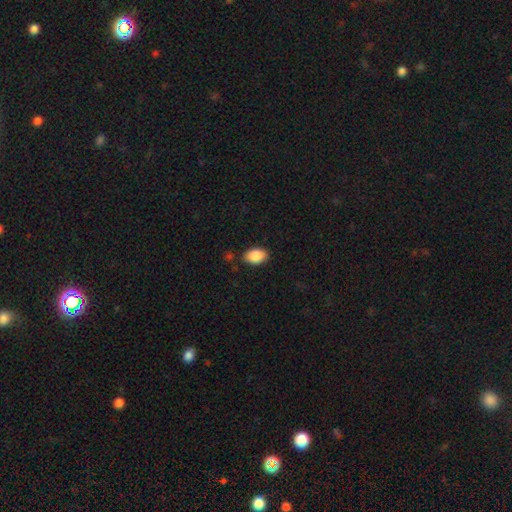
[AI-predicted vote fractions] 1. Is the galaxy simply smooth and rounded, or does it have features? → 88% smooth, 7% star or artifact, 5% featured or disk.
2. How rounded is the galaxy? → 90% in between, 9% round, 1% cigar-shaped.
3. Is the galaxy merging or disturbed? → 85% none, 11% minor disturbance, 2% major disturbance, 2% merger.